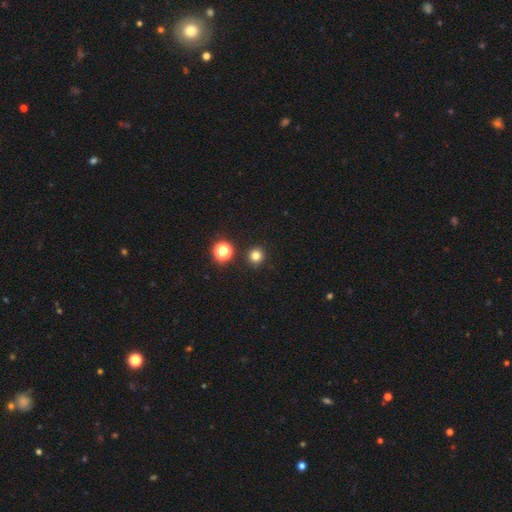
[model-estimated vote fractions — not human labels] Smooth or featured? smooth (79%)
How rounded? round (95%)
Merging? none (91%)